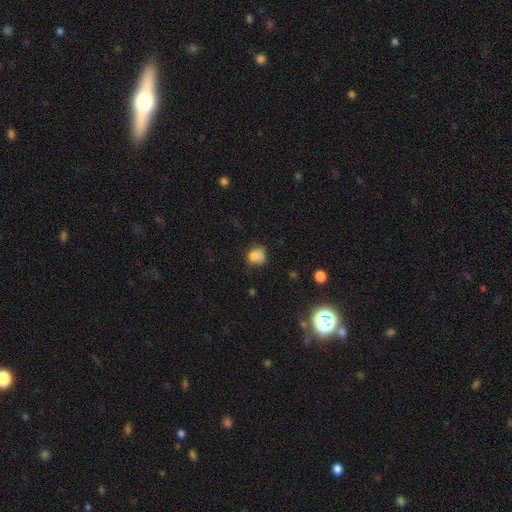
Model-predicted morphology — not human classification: This appears to be a smooth galaxy with no disk features (80%) that is round (69%). Merging: none (50%).